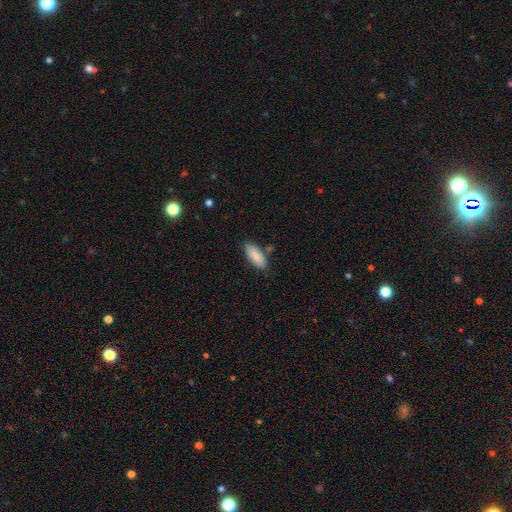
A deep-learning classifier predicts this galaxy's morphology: Smooth or featured?
  - smooth: 87% *
  - featured or disk: 7%
  - star or artifact: 6%
How rounded?
  - in between: 80% *
  - cigar-shaped: 19%
  - round: 2%
Merging?
  - none: 81% *
  - minor disturbance: 12%
  - merger: 4%
  - major disturbance: 2%